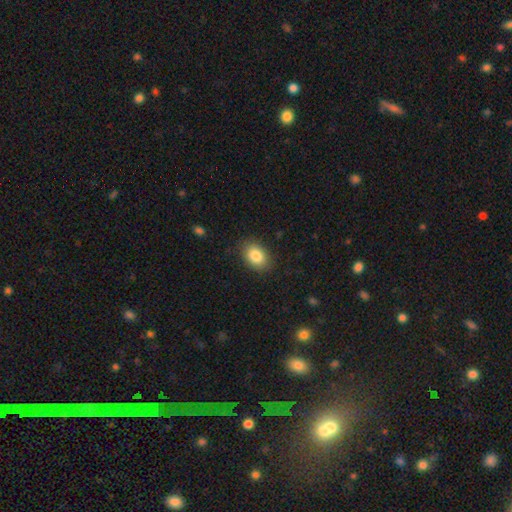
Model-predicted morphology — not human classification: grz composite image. It shows a smooth galaxy with no disk features (85%) that is in between round and cigar-shaped (79%). Merging: none (86%).